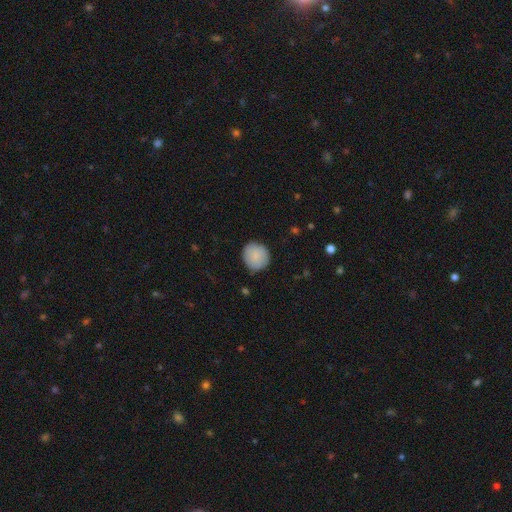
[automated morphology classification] Smooth or featured: smooth — 86% (featured or disk — 8%)
How rounded: round — 91% (in between — 8%)
Merging: none — 84% (minor disturbance — 12%)